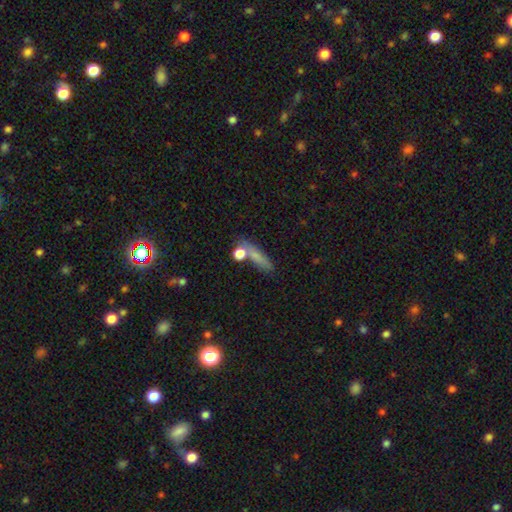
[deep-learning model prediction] Overall: smooth (71%). How rounded: cigar-shaped (61%; in between 28%). Merging: none (64%).